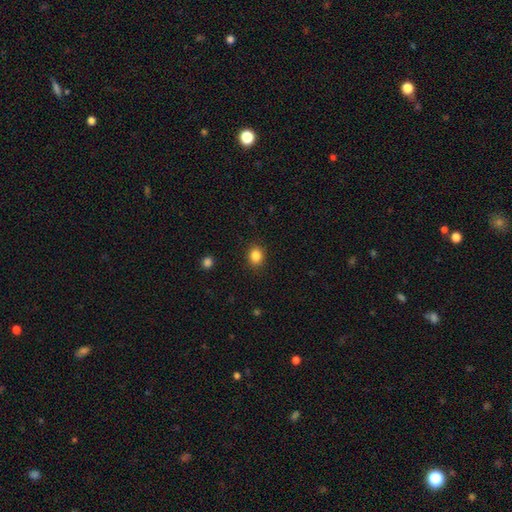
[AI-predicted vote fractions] Smooth or featured: smooth — 85% (star or artifact — 10%)
How rounded: round — 61% (in between — 38%)
Merging: none — 89% (minor disturbance — 8%)